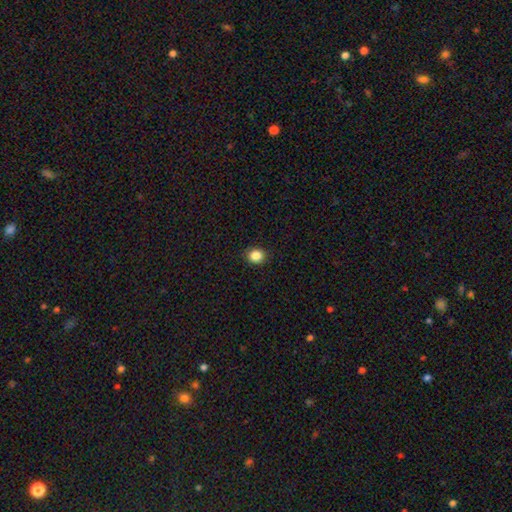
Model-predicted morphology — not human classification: smooth_or_featured: smooth (p=0.85) [alt: star or artifact p=0.10]
how_rounded: round (p=0.75) [alt: in between p=0.24]
merging: none (p=0.91) [alt: minor disturbance p=0.06]